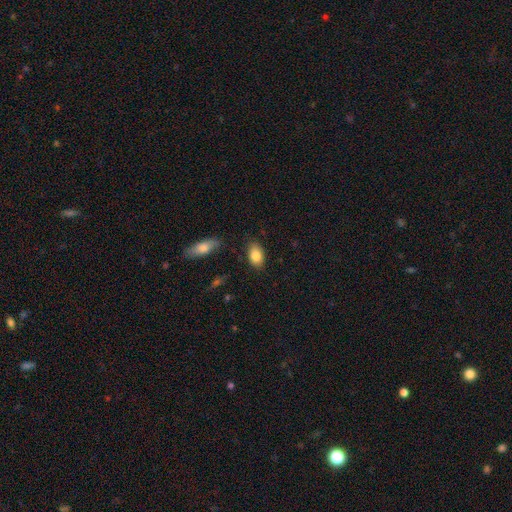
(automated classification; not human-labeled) Smooth or featured?
  - smooth: 85% *
  - featured or disk: 8%
  - star or artifact: 7%
How rounded?
  - in between: 89% *
  - round: 9%
  - cigar-shaped: 2%
Merging?
  - none: 83% *
  - minor disturbance: 12%
  - major disturbance: 3%
  - merger: 2%